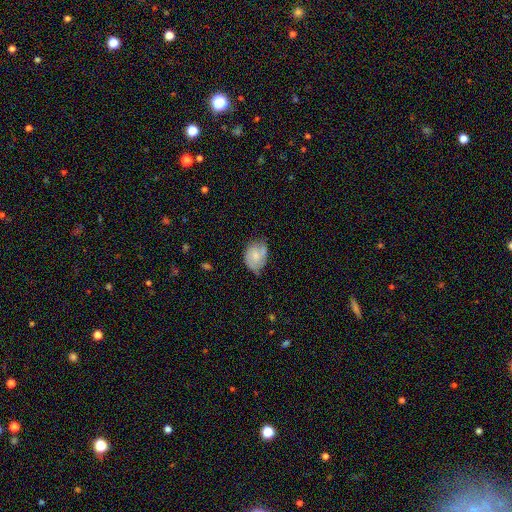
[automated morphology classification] Smooth or featured? smooth (53%)
How rounded? in between (61%)
Merging? none (46%)